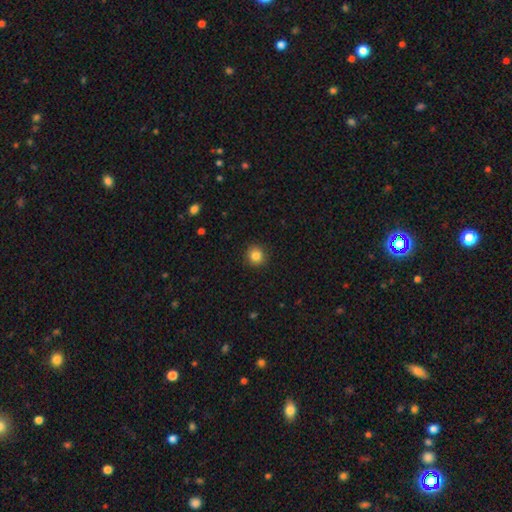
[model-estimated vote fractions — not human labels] This is clearly a smooth galaxy (84%). How rounded: clearly round (92%). Merging: clearly none (91%).